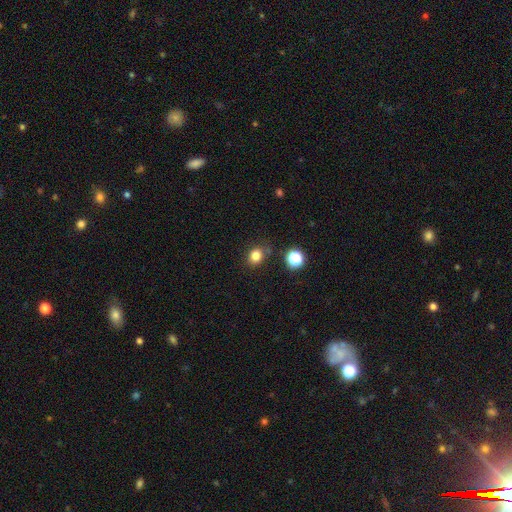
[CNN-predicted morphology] Smooth or featured: smooth — 81% (star or artifact — 14%)
How rounded: round — 59% (in between — 41%)
Merging: none — 78% (minor disturbance — 14%)